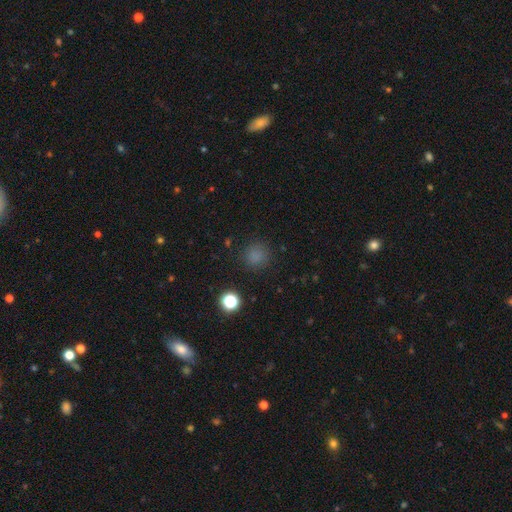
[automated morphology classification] smooth-or-featured: smooth: 78% | star or artifact: 18% | featured or disk: 4%
  how-rounded: round: 91% | in between: 8% | cigar-shaped: 1%
  merging: none: 86% | minor disturbance: 9% | major disturbance: 3% | merger: 2%